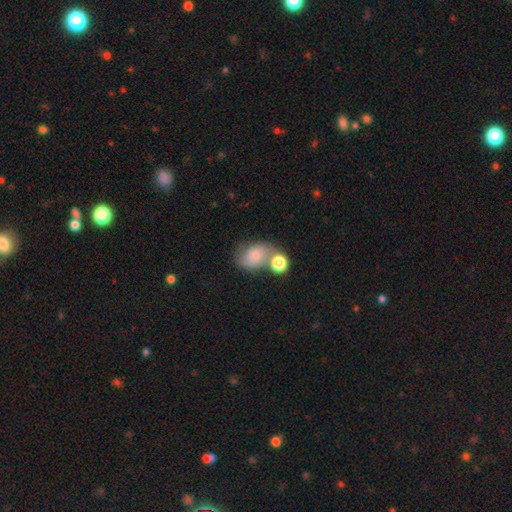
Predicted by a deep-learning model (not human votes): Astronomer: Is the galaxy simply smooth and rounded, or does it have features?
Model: smooth — 68%.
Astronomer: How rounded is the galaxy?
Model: in between — 69%.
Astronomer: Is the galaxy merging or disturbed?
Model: none — 40% (runner-up: merger, 30%).